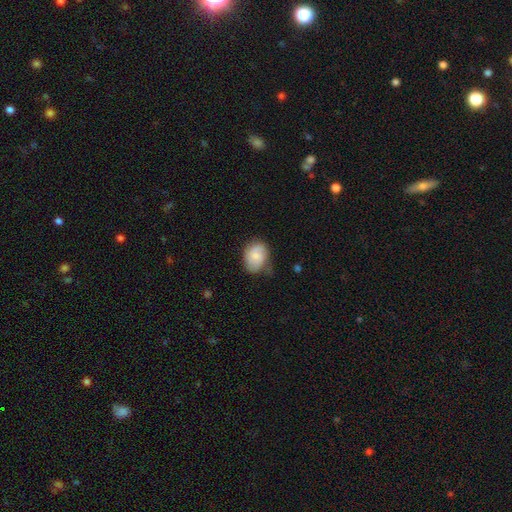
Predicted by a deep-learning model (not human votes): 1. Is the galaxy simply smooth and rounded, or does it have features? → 65% smooth, 28% featured or disk, 7% star or artifact.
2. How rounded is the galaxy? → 64% in between, 35% round, 1% cigar-shaped.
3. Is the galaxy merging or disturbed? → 51% none, 35% minor disturbance, 11% major disturbance, 3% merger.